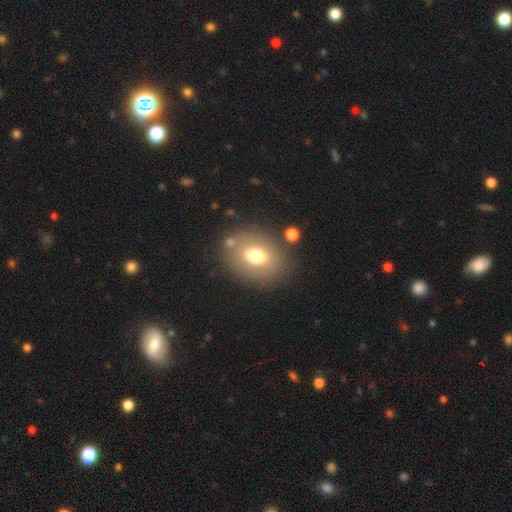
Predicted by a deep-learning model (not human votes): Morphology: type=smooth (66%); roundness=in between (66%); merging=none (76%).